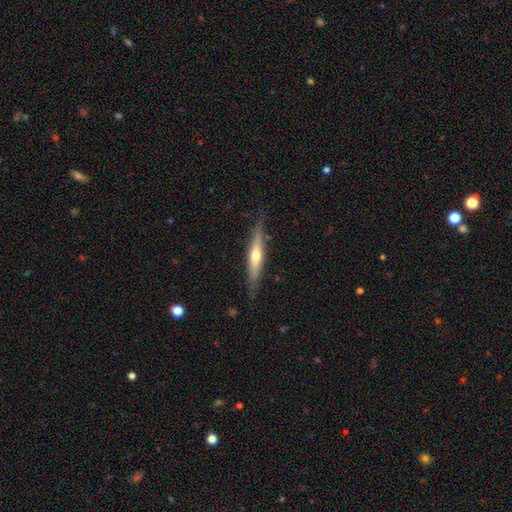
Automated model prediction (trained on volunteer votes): featured or disk 56%, smooth 39%, star or artifact 6%. Down the decision tree: edge-on disk — yes (93%); edge-on bulge — rounded (81%); merging — none (82%).